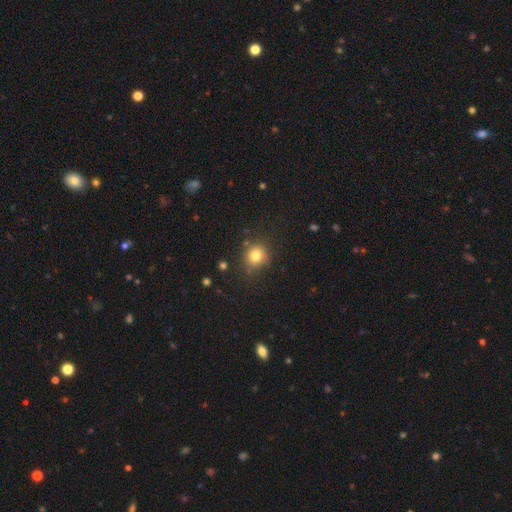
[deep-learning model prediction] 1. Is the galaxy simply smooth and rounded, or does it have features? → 80% smooth, 13% star or artifact, 7% featured or disk.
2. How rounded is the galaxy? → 84% round, 15% in between, 1% cigar-shaped.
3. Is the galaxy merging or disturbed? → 81% none, 12% minor disturbance, 4% major disturbance, 3% merger.